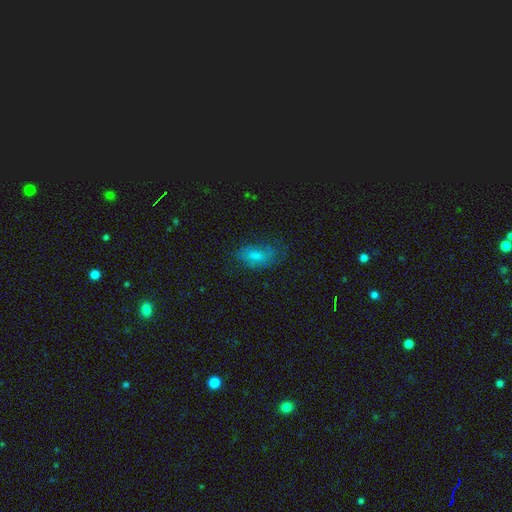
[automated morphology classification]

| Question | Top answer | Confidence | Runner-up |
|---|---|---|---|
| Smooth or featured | smooth | 53% | featured or disk (30%) |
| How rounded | in between | 86% | round (8%) |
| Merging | none | 60% | minor disturbance (24%) |